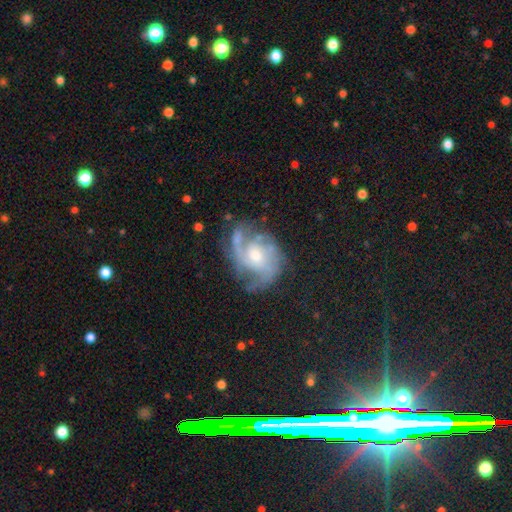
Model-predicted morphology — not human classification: Smooth or featured? featured or disk (84%)
Edge-on disk? no (97%)
Bar? no (67%)
Spiral arms? yes (94%)
Spiral winding? medium (44%)
Spiral arm count? 2 (35%)
Bulge size? moderate (53%)
Merging? none (61%)